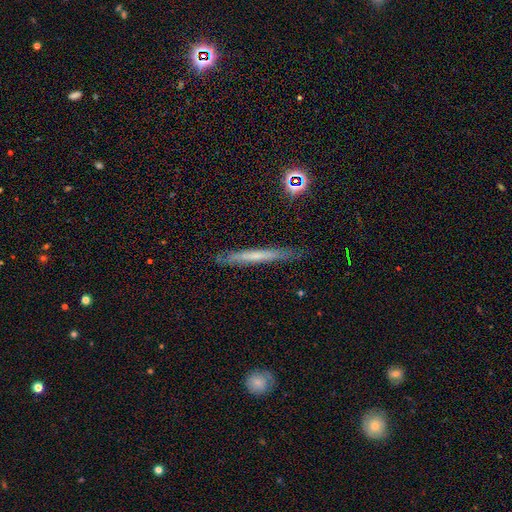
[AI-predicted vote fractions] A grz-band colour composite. It shows a smooth galaxy with no disk features (46%). Merging: none (82%).